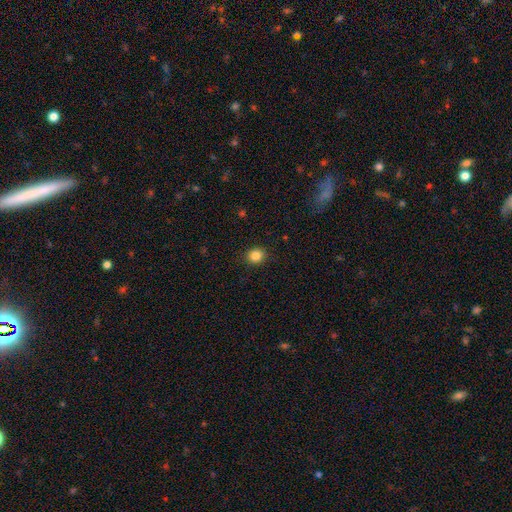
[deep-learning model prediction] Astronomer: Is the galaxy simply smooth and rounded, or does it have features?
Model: smooth — 85%.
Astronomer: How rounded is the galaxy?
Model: round — 79%.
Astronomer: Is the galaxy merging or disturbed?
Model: none — 90%.